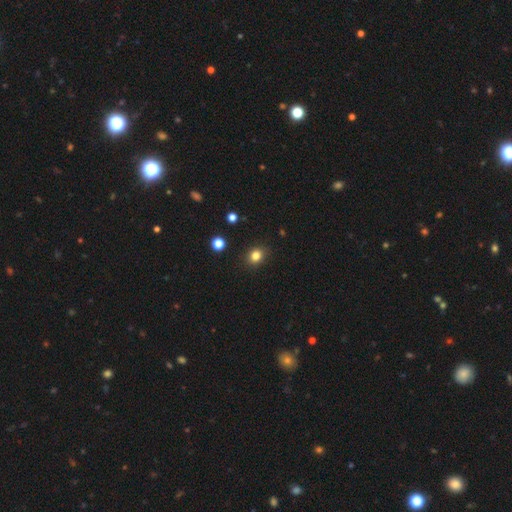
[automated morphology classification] This appears to be a smooth galaxy with no disk features (82%) that is round (64%). Merging: none (89%).